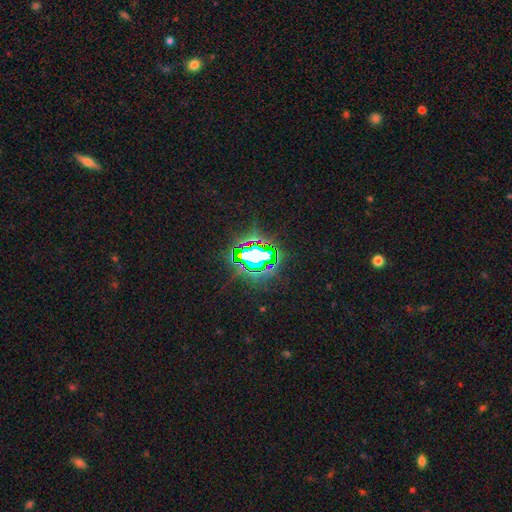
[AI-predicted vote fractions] This appears to be a star or artifact, not a galaxy (81%).